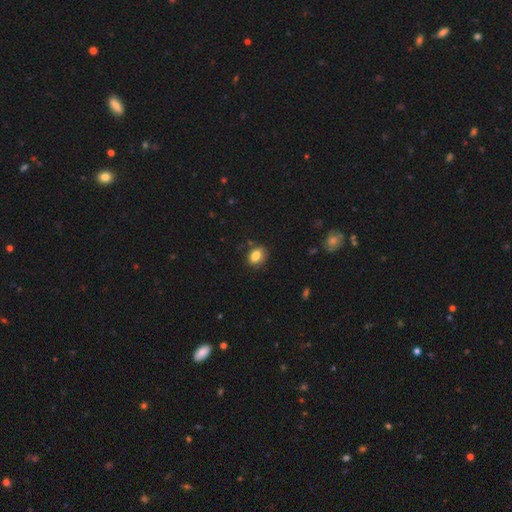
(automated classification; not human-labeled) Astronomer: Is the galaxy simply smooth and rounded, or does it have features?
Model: smooth — 83%.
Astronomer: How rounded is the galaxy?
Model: in between — 74%.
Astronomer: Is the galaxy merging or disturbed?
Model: none — 78%.